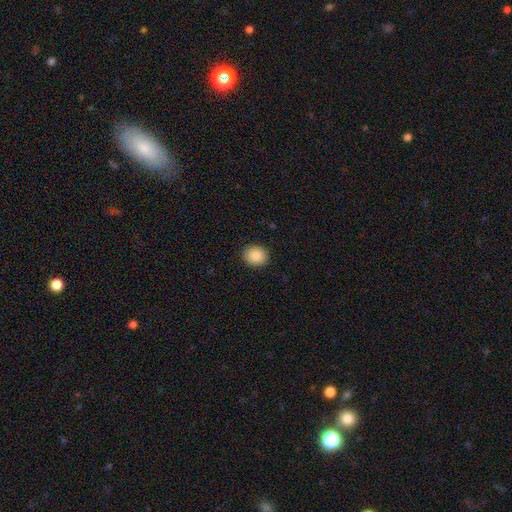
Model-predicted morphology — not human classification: type=smooth (89%); roundness=round (70%); merging=none (90%).